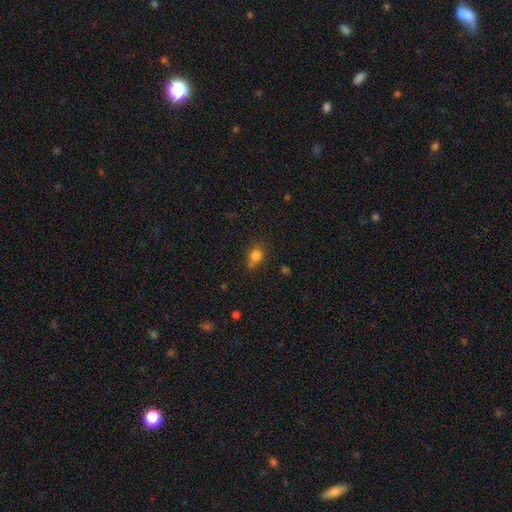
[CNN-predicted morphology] smooth 80%, star or artifact 12%, featured or disk 7%. Down the decision tree: how rounded — round (58%); merging — none (60%).